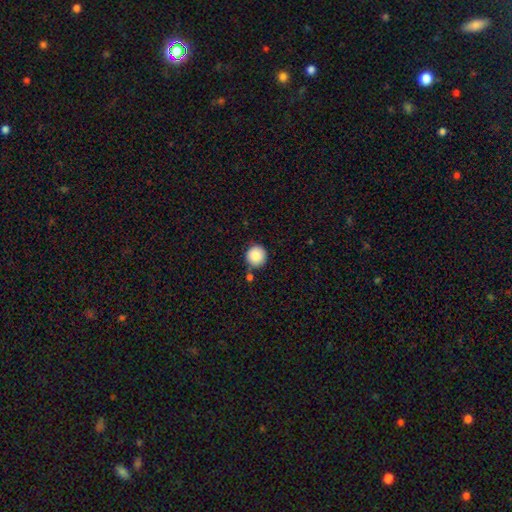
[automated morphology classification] smooth_or_featured: smooth (p=0.87) [alt: star or artifact p=0.08]
how_rounded: round (p=0.95) [alt: in between p=0.04]
merging: none (p=0.80) [alt: minor disturbance p=0.09]